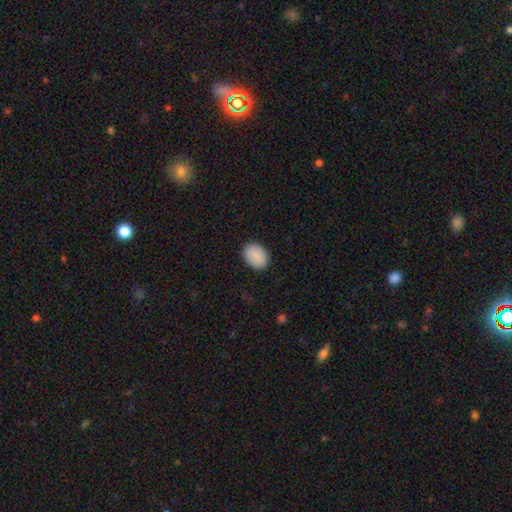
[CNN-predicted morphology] smooth_or_featured: smooth (p=0.89) [alt: star or artifact p=0.07]
how_rounded: in between (p=0.71) [alt: round p=0.28]
merging: none (p=0.89) [alt: minor disturbance p=0.08]